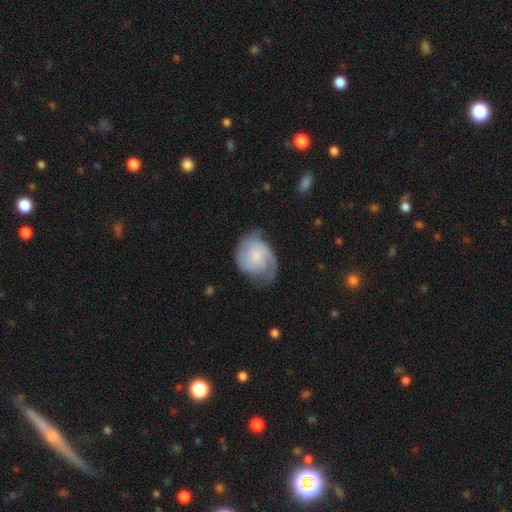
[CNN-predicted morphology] A featured or disk galaxy (65%) with no bar (71%), 2 (53%) medium (42%) spiral arms (91%) and a small central bulge (53%).

Vote fractions:
- Smooth or featured? featured or disk: 65% / smooth: 29% / star or artifact: 6%
- Edge-on disk? no: 98% / yes: 2%
- Bar? no: 71% / weak: 25% / strong: 3%
- Spiral arms? yes: 91% / no: 9%
- Spiral winding? medium: 42% / tight: 40% / loose: 19%
- Spiral arm count? 2: 53% / can't tell: 18% / 3: 12% / 1: 11% / 4: 3% / more than 4: 3%
- Bulge size? small: 53% / moderate: 23% / none: 18% / large: 5% / dominant: 2%
- Merging? none: 50% / minor disturbance: 32% / major disturbance: 17% / merger: 2%